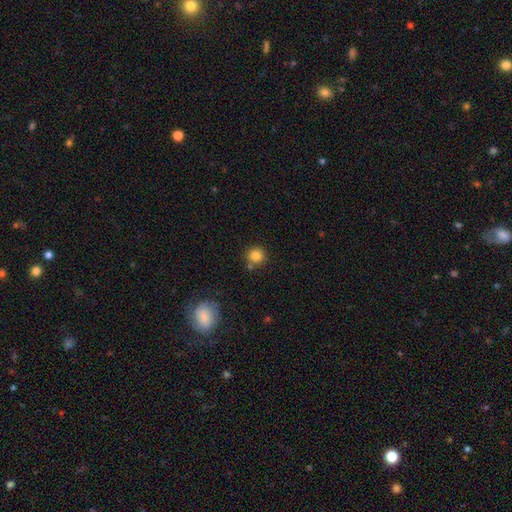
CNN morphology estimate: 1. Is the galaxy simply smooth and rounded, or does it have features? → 84% smooth, 11% star or artifact, 5% featured or disk.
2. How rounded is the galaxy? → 91% round, 8% in between, 1% cigar-shaped.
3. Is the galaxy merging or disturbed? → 78% none, 10% minor disturbance, 9% merger, 3% major disturbance.